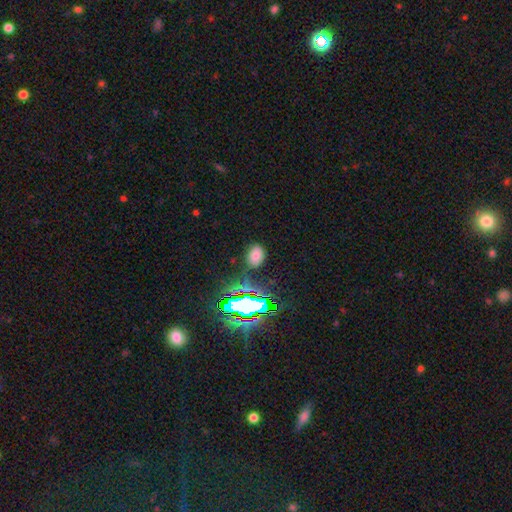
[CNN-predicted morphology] The model was most divided on "smooth or featured": smooth: 65%, star or artifact: 26%, featured or disk: 9%. More confident: merging — none (81%); how rounded — in between (78%).